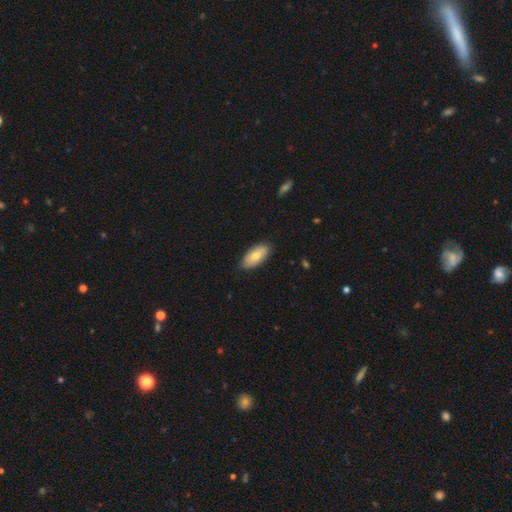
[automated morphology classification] type=smooth (74%); roundness=in between (89%); merging=none (86%).